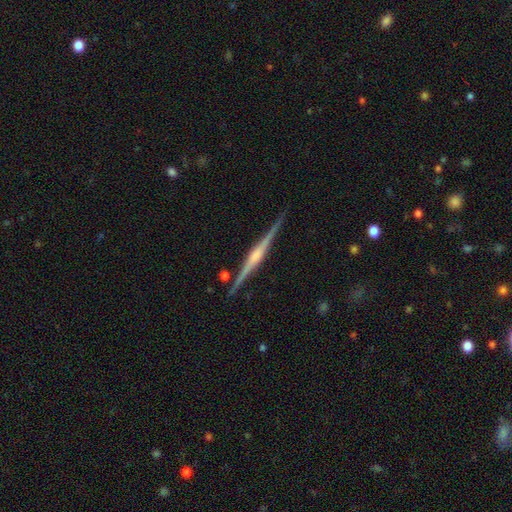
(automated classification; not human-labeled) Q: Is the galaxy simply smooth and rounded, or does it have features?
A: featured or disk — 87%.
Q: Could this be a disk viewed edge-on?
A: yes — 99%.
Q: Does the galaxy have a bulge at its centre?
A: rounded — 73%.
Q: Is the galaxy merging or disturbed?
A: none — 90%.